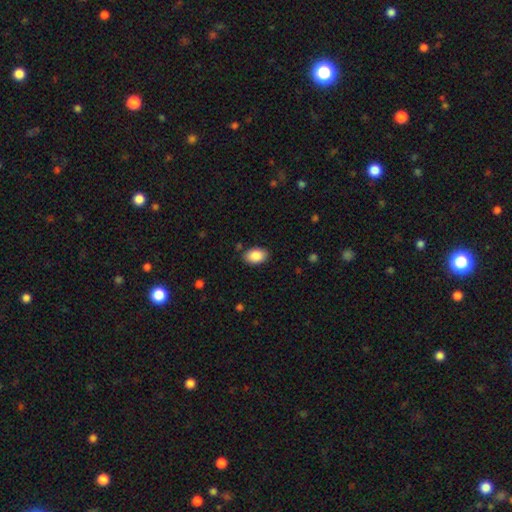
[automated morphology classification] Q: Smooth or featured?
A: smooth (89%); runner-up: star or artifact (7%)
Q: How rounded?
A: in between (89%); runner-up: round (10%)
Q: Merging?
A: none (86%); runner-up: minor disturbance (10%)